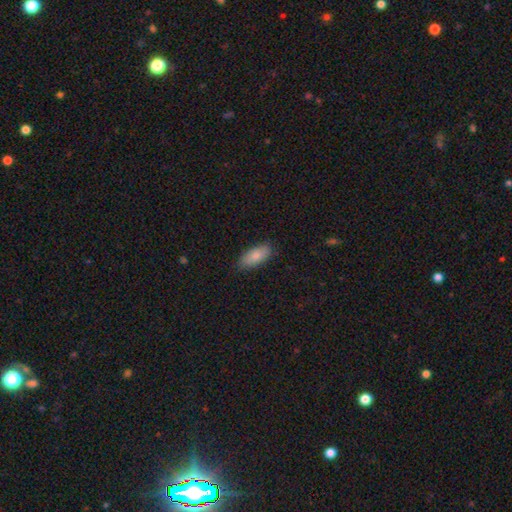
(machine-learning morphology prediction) smooth_or_featured: smooth (p=0.84) [alt: featured or disk p=0.10]
how_rounded: in between (p=0.86) [alt: cigar-shaped p=0.12]
merging: none (p=0.83) [alt: minor disturbance p=0.14]